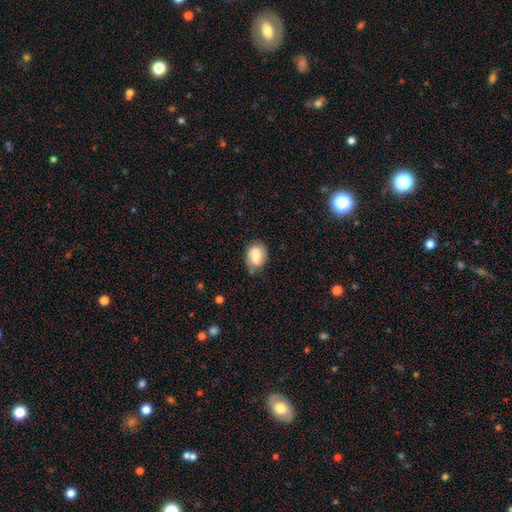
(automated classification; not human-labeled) Smooth or featured? Predicted: smooth (p=0.70). How rounded? Predicted: in between (p=0.75). Merging? Predicted: none (p=0.71).